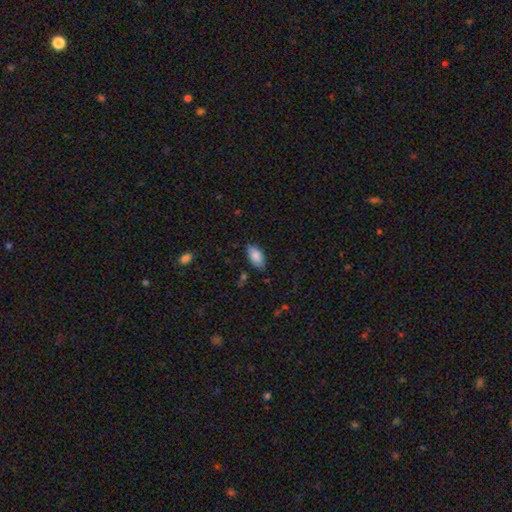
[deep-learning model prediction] A smooth galaxy with no disk features (86%) that is in between round and cigar-shaped (94%).

Vote fractions:
- Smooth or featured? smooth: 86% / featured or disk: 8% / star or artifact: 7%
- How rounded? in between: 94% / cigar-shaped: 4% / round: 2%
- Merging? none: 80% / minor disturbance: 16% / major disturbance: 3% / merger: 1%